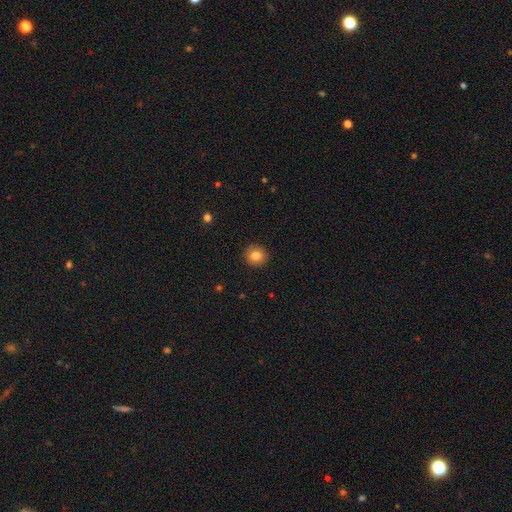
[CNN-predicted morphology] This appears to be a smooth galaxy with no disk features (83%) that is round (90%). Merging: none (92%).